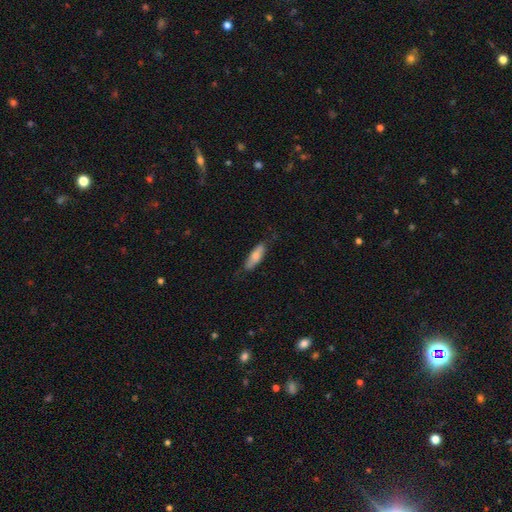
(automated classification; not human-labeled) Smooth or featured? smooth (75%)
How rounded? in between (56%)
Merging? none (69%)